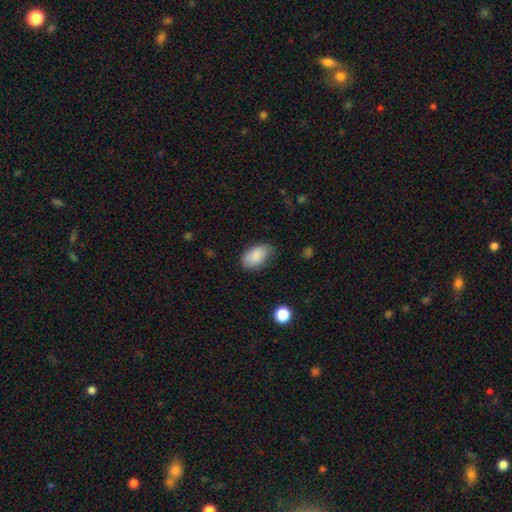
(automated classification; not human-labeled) A smooth galaxy with no disk features (87%) that is in between round and cigar-shaped (92%). Merging: none (71%).